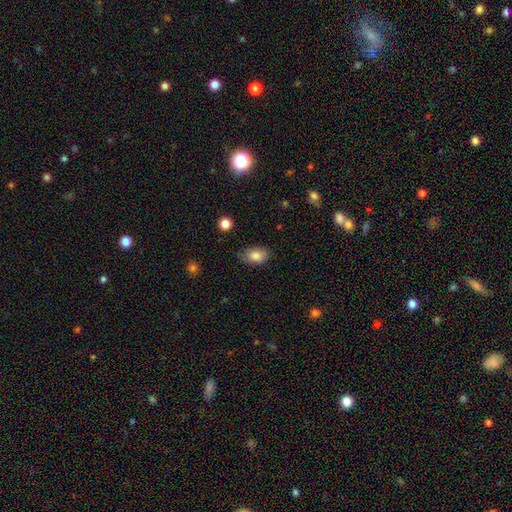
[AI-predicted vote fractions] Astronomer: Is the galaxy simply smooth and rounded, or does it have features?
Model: smooth — 85%.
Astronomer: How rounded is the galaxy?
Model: in between — 83%.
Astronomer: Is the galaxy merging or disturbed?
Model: none — 66%.